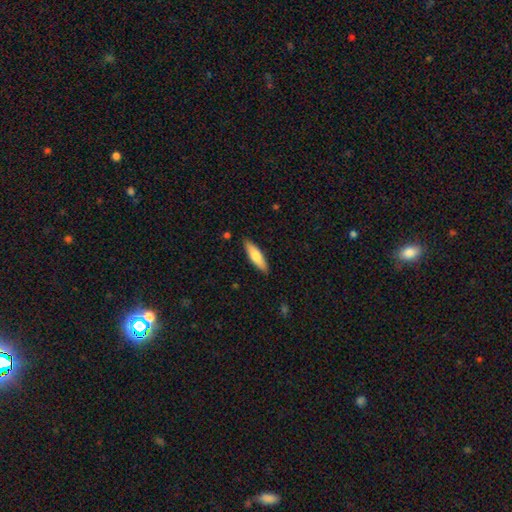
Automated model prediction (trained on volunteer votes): smooth-or-featured: smooth: 70% | featured or disk: 25% | star or artifact: 5%
  how-rounded: cigar-shaped: 60% | in between: 39% | round: 2%
  merging: none: 88% | minor disturbance: 9% | major disturbance: 2% | merger: 1%